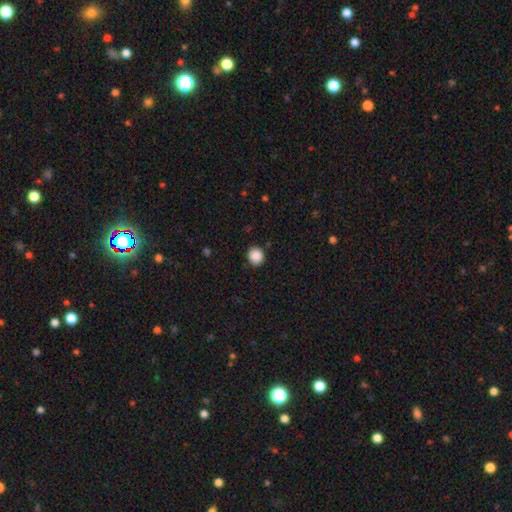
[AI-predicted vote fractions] Overall: smooth (88%). How rounded: round (84%). Merging: none (89%).